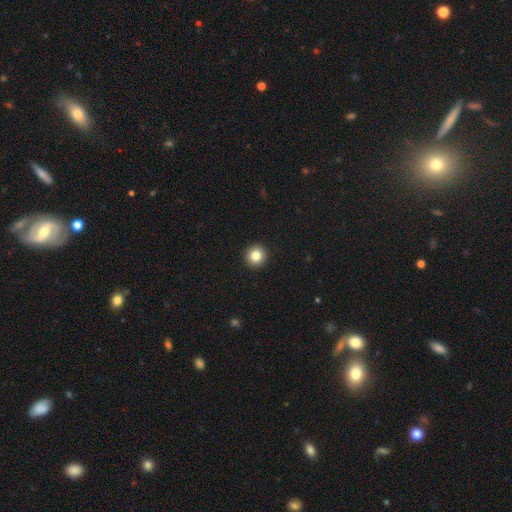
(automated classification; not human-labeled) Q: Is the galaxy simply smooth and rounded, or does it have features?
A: smooth — 82%.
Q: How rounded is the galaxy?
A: round — 95%.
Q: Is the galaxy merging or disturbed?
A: none — 94%.